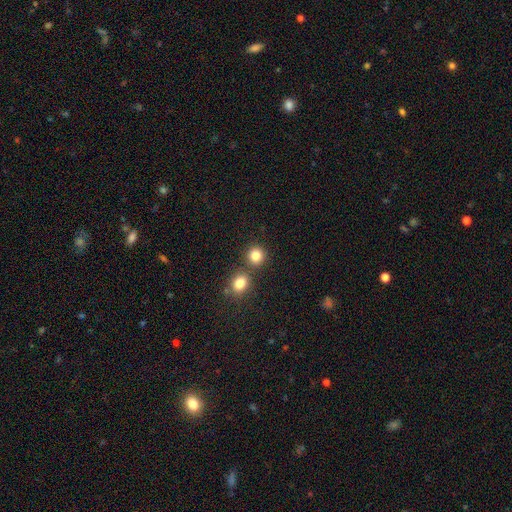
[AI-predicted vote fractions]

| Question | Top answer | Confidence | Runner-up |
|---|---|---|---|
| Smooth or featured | smooth | 82% | star or artifact (12%) |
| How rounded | round | 89% | in between (10%) |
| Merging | none | 74% | merger (17%) |